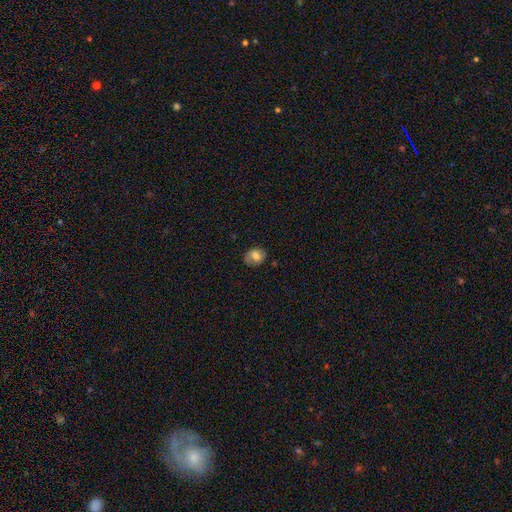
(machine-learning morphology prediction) This appears to be a smooth galaxy with no disk features (67%) that is round (52%). Merging: none (74%).